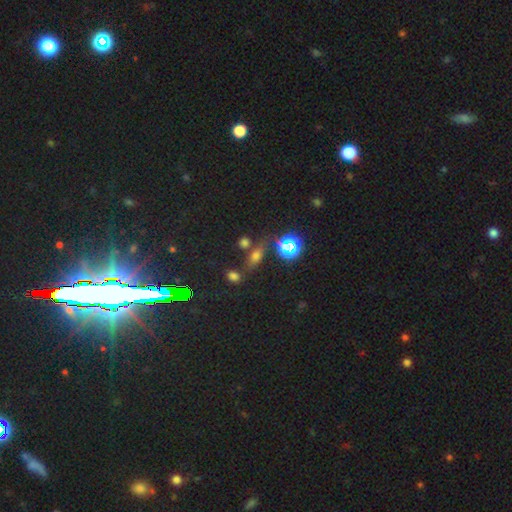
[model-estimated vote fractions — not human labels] smooth_or_featured: smooth (p=0.52) [alt: star or artifact p=0.34]
how_rounded: in between (p=0.58) [alt: round p=0.21]
merging: none (p=0.69) [alt: merger p=0.13]